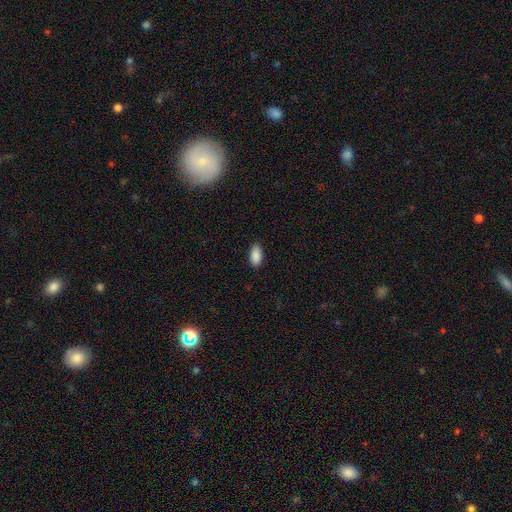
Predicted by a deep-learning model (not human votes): A smooth galaxy with no disk features (90%) that is in between round and cigar-shaped (94%).

Vote fractions:
- Smooth or featured? smooth: 90% / star or artifact: 7% / featured or disk: 3%
- How rounded? in between: 94% / cigar-shaped: 4% / round: 2%
- Merging? none: 88% / minor disturbance: 9% / major disturbance: 2% / merger: 1%